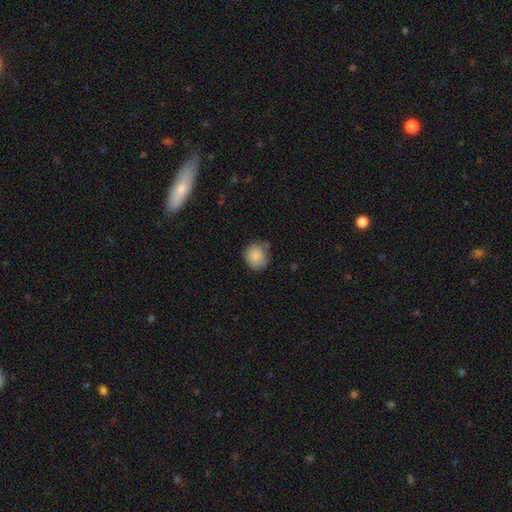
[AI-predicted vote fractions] A smooth galaxy with no disk features (87%) that is round (77%). Merging: none (62%).